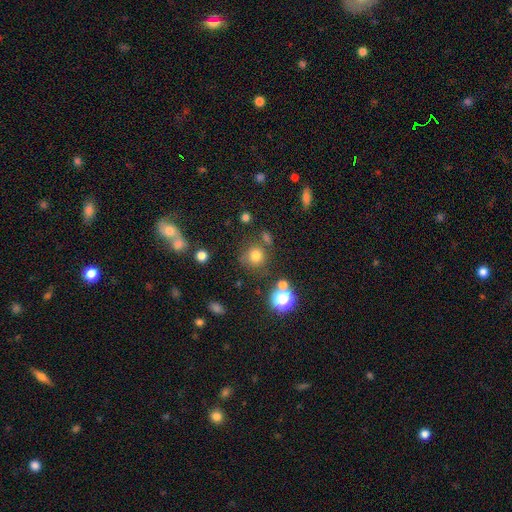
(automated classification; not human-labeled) A smooth galaxy with no disk features (73%) that is round (91%). Merging: none (73%).